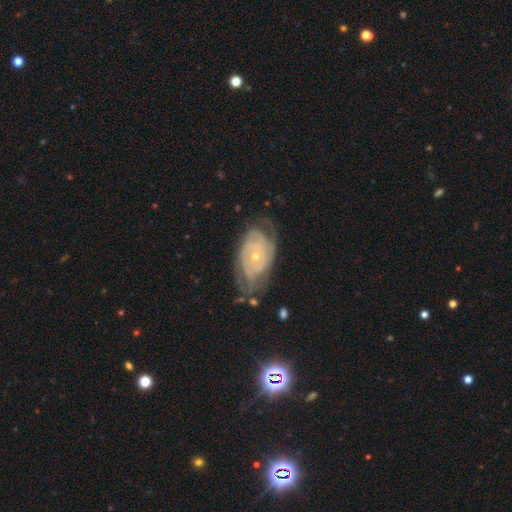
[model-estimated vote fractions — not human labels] smooth_or_featured: featured or disk (p=0.84) [alt: smooth p=0.10]
disk_edge_on: no (p=0.96) [alt: yes p=0.04]
bar: no (p=0.78) [alt: weak p=0.18]
has_spiral_arms: yes (p=0.94) [alt: no p=0.06]
spiral_winding: tight (p=0.72) [alt: medium p=0.22]
spiral_arm_count: can't tell (p=0.36) [alt: 2 p=0.29]
bulge_size: small (p=0.67) [alt: moderate p=0.30]
merging: none (p=0.61) [alt: minor disturbance p=0.24]